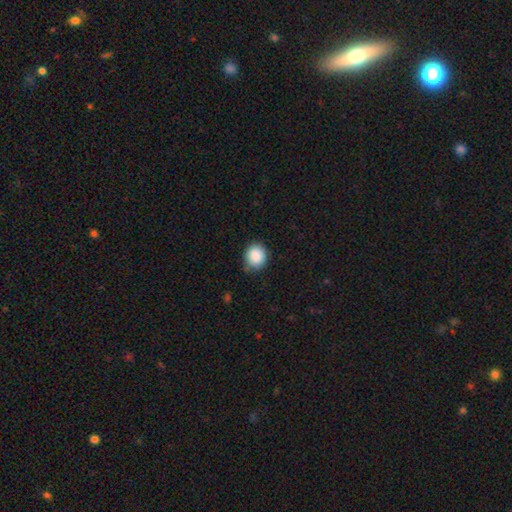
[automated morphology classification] Smooth or featured?
  - smooth: 89% *
  - star or artifact: 8%
  - featured or disk: 3%
How rounded?
  - round: 75% *
  - in between: 24%
  - cigar-shaped: 1%
Merging?
  - none: 81% *
  - minor disturbance: 15%
  - major disturbance: 3%
  - merger: 1%